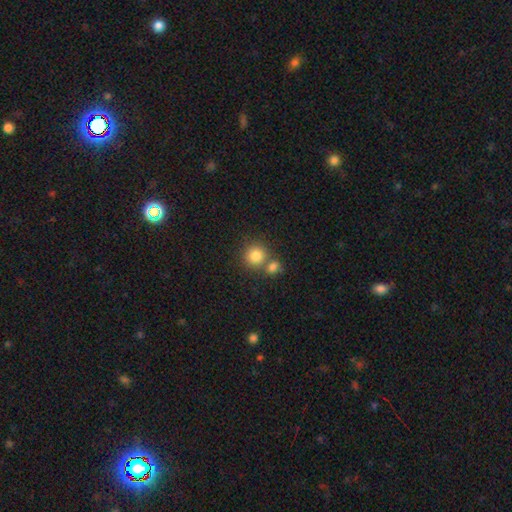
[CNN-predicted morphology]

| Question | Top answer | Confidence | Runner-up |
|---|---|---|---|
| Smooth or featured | smooth | 82% | star or artifact (11%) |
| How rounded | round | 88% | in between (11%) |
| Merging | none | 56% | merger (33%) |